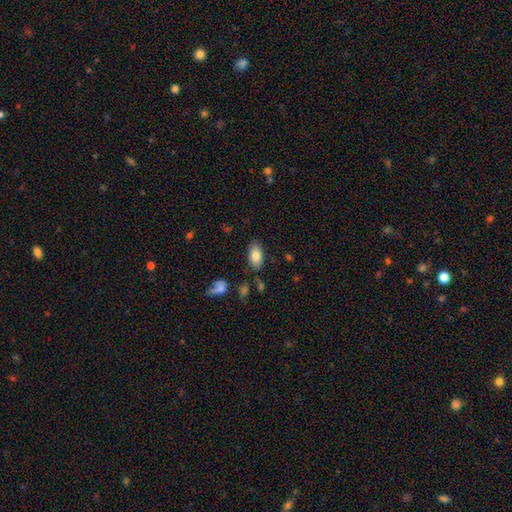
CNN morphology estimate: smooth-or-featured: smooth: 82% | featured or disk: 11% | star or artifact: 7%
  how-rounded: in between: 93% | round: 4% | cigar-shaped: 3%
  merging: none: 81% | minor disturbance: 13% | major disturbance: 3% | merger: 3%